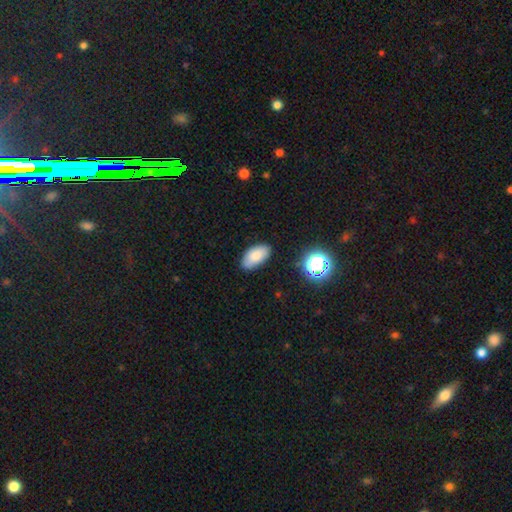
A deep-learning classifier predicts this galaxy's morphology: Smooth or featured: smooth — 79% (featured or disk — 12%)
How rounded: in between — 94% (round — 4%)
Merging: none — 80% (minor disturbance — 15%)